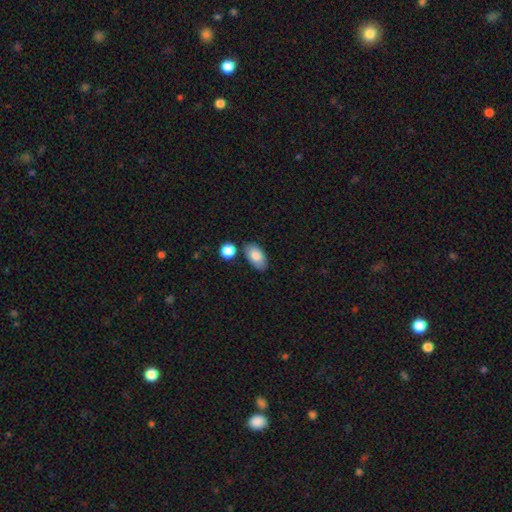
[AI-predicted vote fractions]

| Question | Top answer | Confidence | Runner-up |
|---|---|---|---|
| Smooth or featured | smooth | 84% | featured or disk (9%) |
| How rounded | in between | 94% | round (4%) |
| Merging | none | 78% | minor disturbance (13%) |